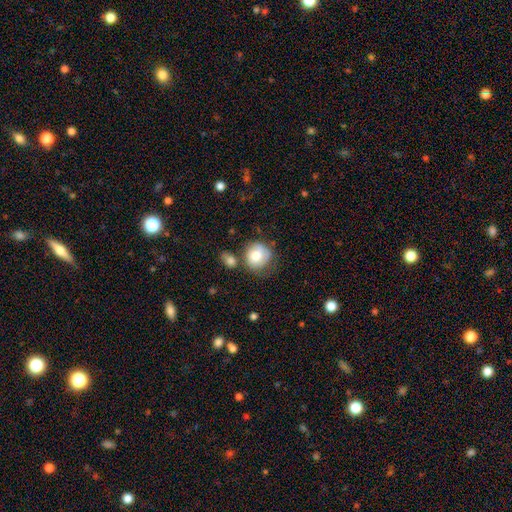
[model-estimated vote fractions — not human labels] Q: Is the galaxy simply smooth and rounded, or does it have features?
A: smooth — 70%.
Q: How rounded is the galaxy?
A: round — 81%.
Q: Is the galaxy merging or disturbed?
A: none — 46%.